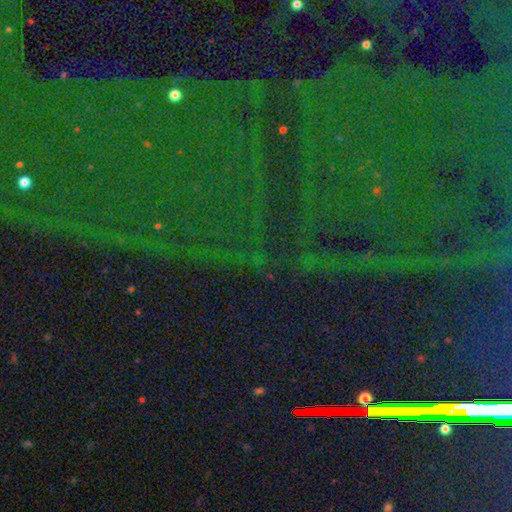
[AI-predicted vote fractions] This is clearly a star or artifact rather than a galaxy (86%).